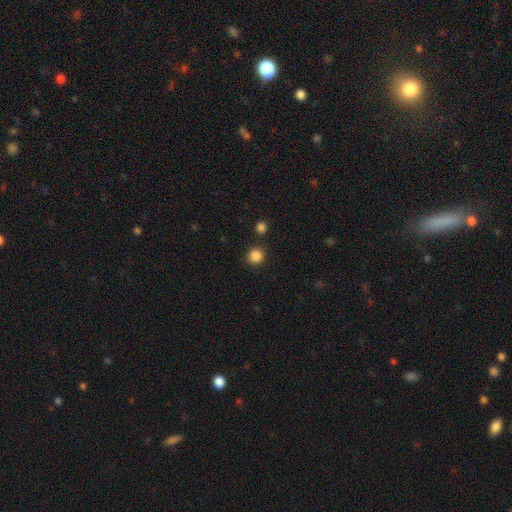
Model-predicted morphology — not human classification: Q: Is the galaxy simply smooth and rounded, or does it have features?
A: smooth — 86%.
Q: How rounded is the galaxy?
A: round — 92%.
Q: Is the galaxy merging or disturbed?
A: none — 86%.